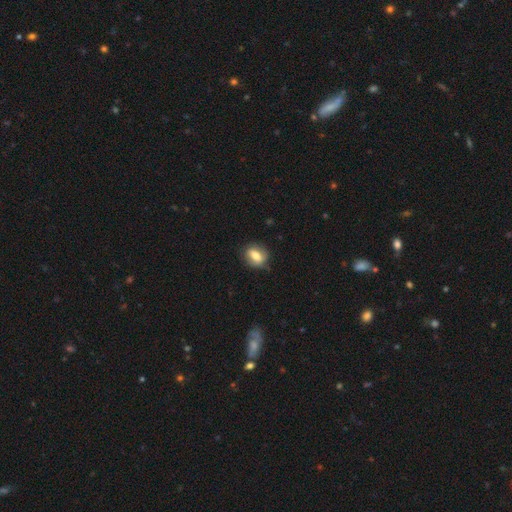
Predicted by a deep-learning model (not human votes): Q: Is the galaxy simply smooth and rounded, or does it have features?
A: smooth — 71%.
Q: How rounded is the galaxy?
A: in between — 70%.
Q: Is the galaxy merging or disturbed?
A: none — 78%.